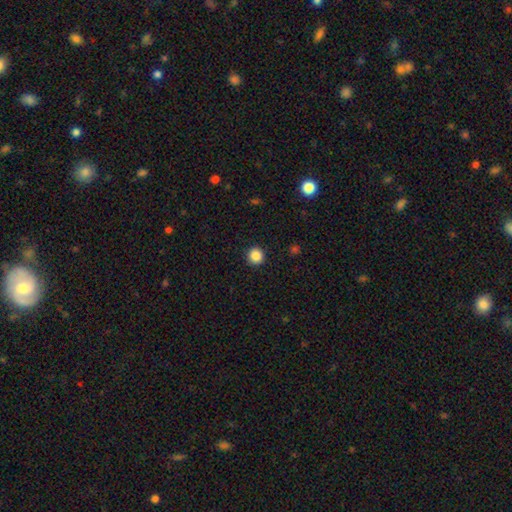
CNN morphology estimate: The model was most divided on "smooth or featured": smooth: 87%, star or artifact: 10%, featured or disk: 3%. More confident: how rounded — round (94%); merging — none (92%).